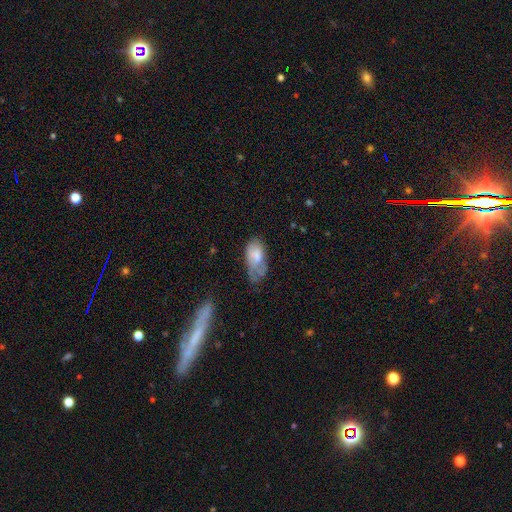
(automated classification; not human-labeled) smooth 62%, featured or disk 31%, star or artifact 8%. Down the decision tree: how rounded — in between (91%); merging — minor disturbance (36%).